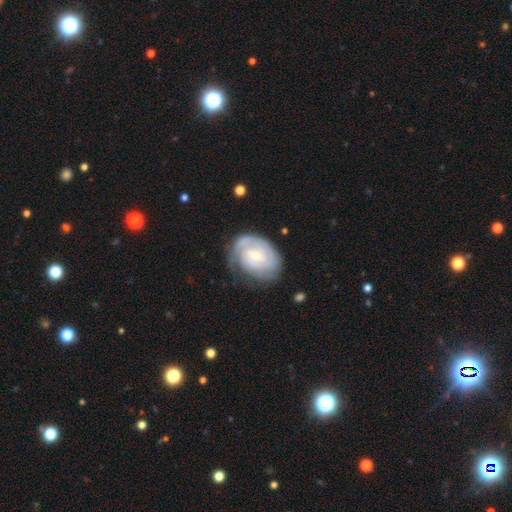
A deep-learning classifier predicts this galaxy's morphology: type=featured or disk (77%); edge-on=no (97%); bar=no (49%); spiral arms=yes (92%); winding=tight (66%); arm count=can't tell (37%); bulge=small (68%); merging=none (66%).